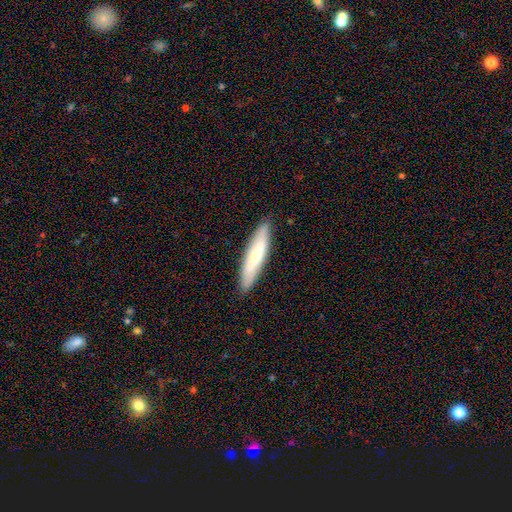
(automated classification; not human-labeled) The model was most divided on "smooth or featured": smooth: 59%, featured or disk: 35%, star or artifact: 5%. More confident: merging — none (88%); how rounded — cigar-shaped (84%).